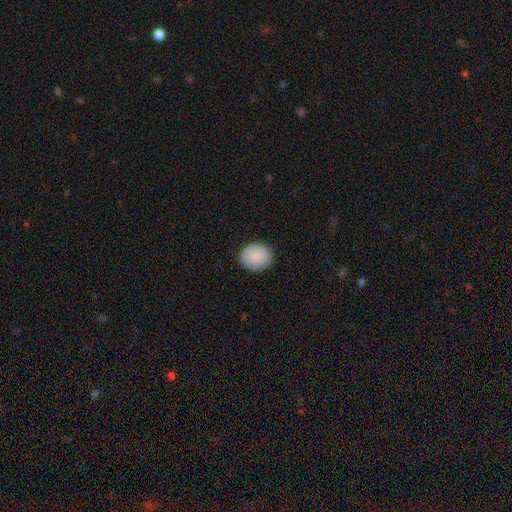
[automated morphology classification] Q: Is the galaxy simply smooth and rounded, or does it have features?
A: smooth — 87%.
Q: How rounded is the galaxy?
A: round — 75%.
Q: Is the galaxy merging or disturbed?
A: none — 88%.